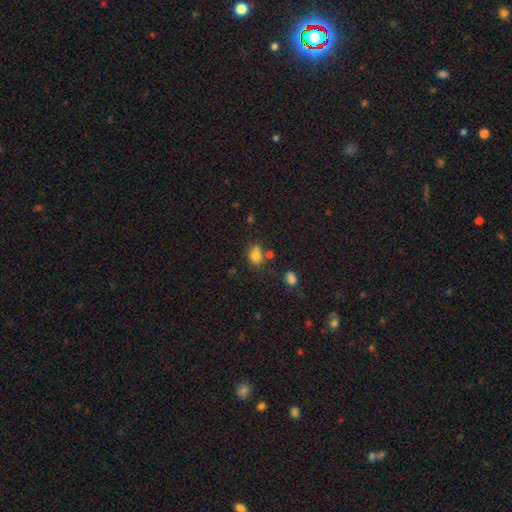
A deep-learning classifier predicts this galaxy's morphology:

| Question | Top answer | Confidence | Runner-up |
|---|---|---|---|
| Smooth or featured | smooth | 79% | star or artifact (13%) |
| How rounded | round | 53% | in between (45%) |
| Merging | none | 54% | minor disturbance (20%) |